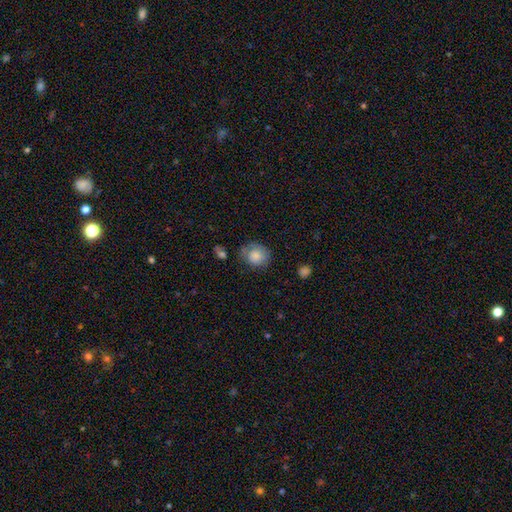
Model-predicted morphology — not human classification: Q: Smooth or featured?
A: smooth (79%); runner-up: featured or disk (12%)
Q: How rounded?
A: round (75%); runner-up: in between (24%)
Q: Merging?
A: none (62%); runner-up: minor disturbance (25%)